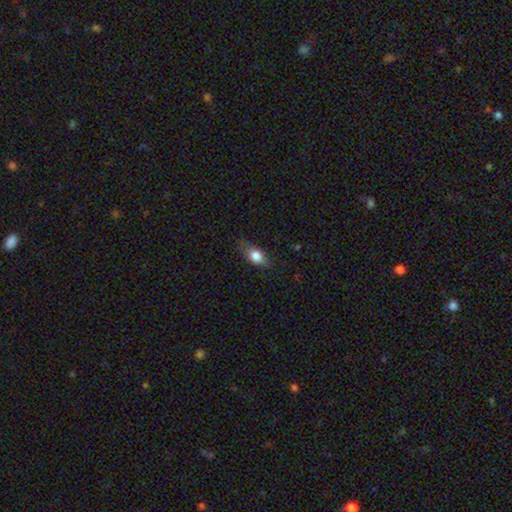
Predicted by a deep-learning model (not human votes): A smooth galaxy with no disk features (80%) that is in between round and cigar-shaped (80%). Merging: none (68%).